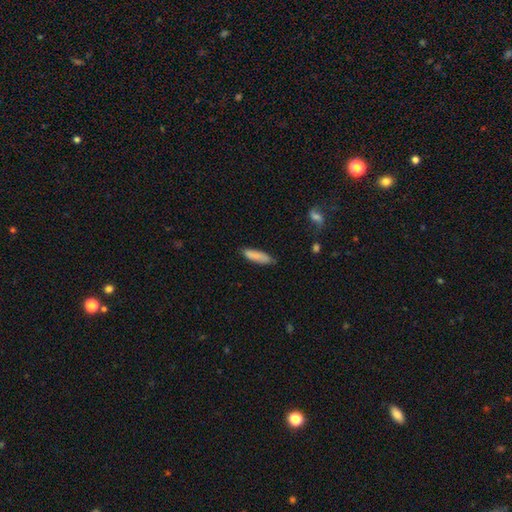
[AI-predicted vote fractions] Morphology: type=smooth (84%); roundness=cigar-shaped (62%); merging=none (75%).